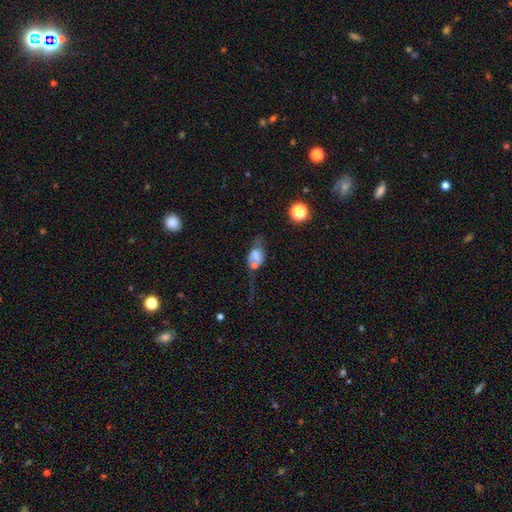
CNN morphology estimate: type=smooth (54%); roundness=in between (76%); merging=major disturbance (29%).